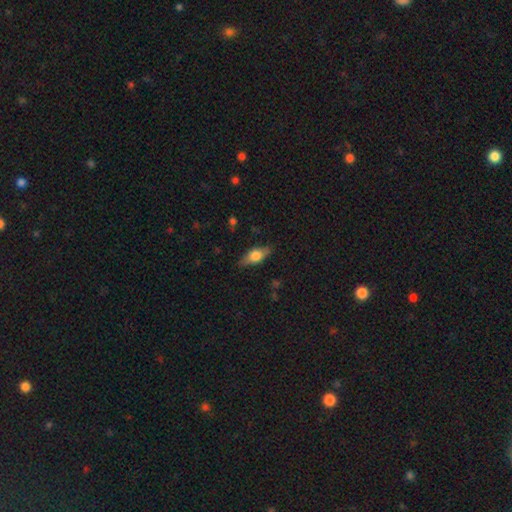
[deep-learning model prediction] A smooth galaxy with no disk features (59%) that is in between round and cigar-shaped (73%).

Vote fractions:
- Smooth or featured? smooth: 59% / featured or disk: 34% / star or artifact: 7%
- How rounded? in between: 73% / cigar-shaped: 23% / round: 5%
- Merging? none: 82% / minor disturbance: 14% / major disturbance: 3% / merger: 1%